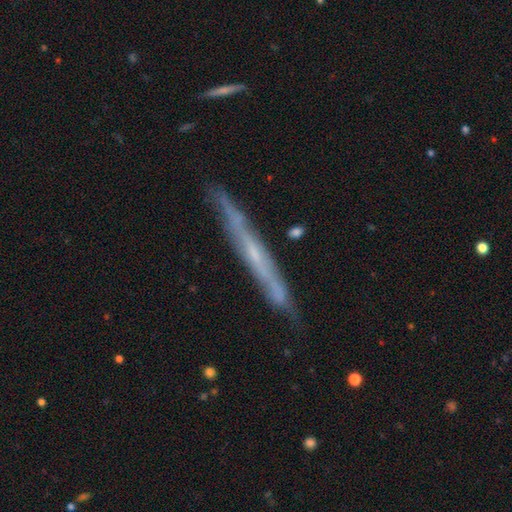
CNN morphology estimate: The model was most divided on "edge-on bulge": none: 69%, rounded: 26%, boxy: 5%. More confident: edge-on disk — yes (90%); merging — none (80%); smooth or featured — featured or disk (68%).